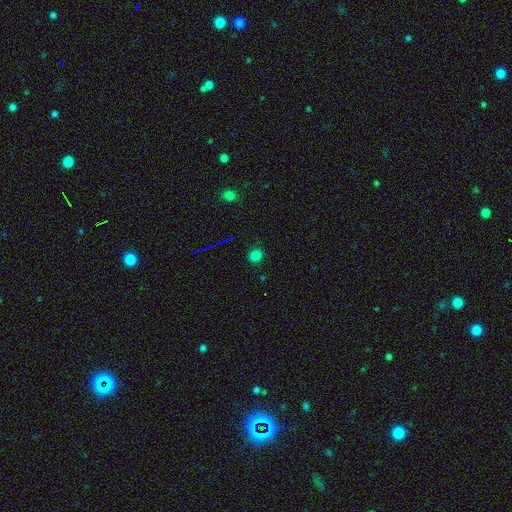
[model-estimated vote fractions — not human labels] Q: Smooth or featured?
A: smooth (77%); runner-up: star or artifact (18%)
Q: How rounded?
A: round (82%); runner-up: in between (17%)
Q: Merging?
A: none (82%); runner-up: minor disturbance (12%)